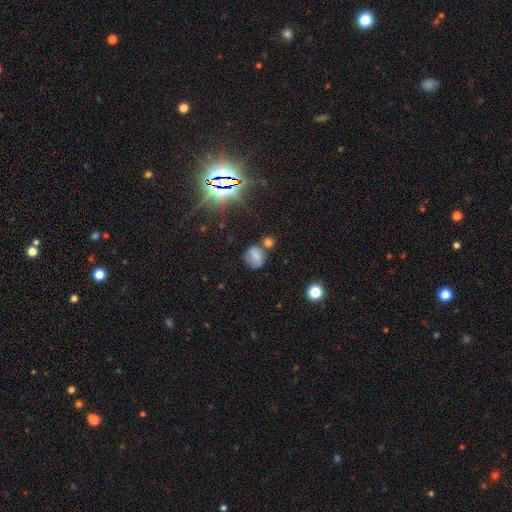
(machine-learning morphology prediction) The model was most divided on "how rounded": round: 67%, in between: 32%, cigar-shaped: 1%. More confident: smooth or featured — smooth (67%); merging — none (57%).